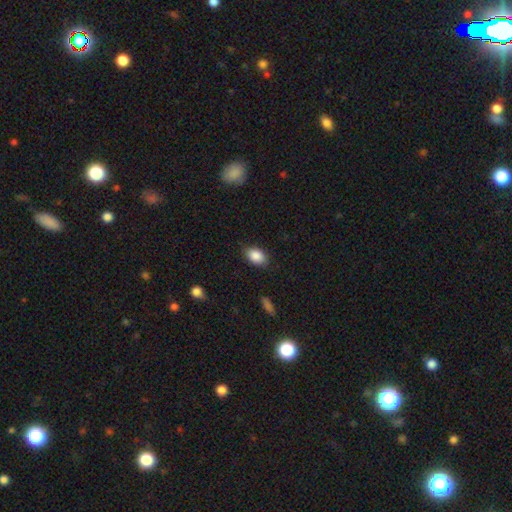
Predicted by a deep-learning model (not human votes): smooth_or_featured: smooth (p=0.87) [alt: star or artifact p=0.08]
how_rounded: in between (p=0.86) [alt: round p=0.13]
merging: none (p=0.83) [alt: minor disturbance p=0.13]